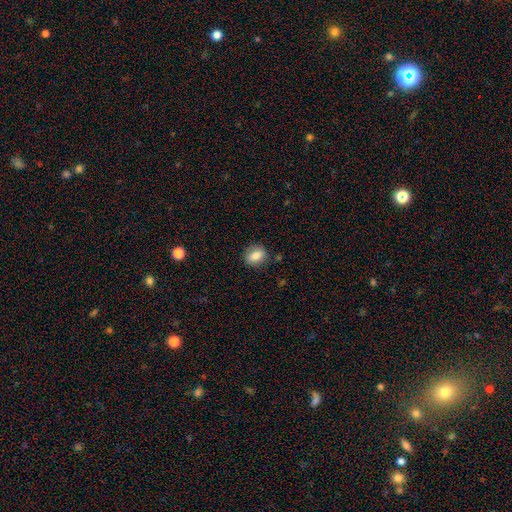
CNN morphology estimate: Q: Smooth or featured?
A: smooth (82%); runner-up: featured or disk (10%)
Q: How rounded?
A: in between (59%); runner-up: round (39%)
Q: Merging?
A: none (82%); runner-up: minor disturbance (13%)